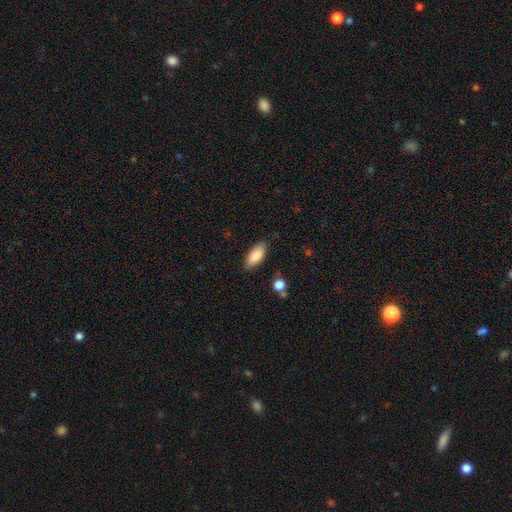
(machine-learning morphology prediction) A smooth galaxy with no disk features (86%) that is in between round and cigar-shaped (85%). Merging: none (85%).